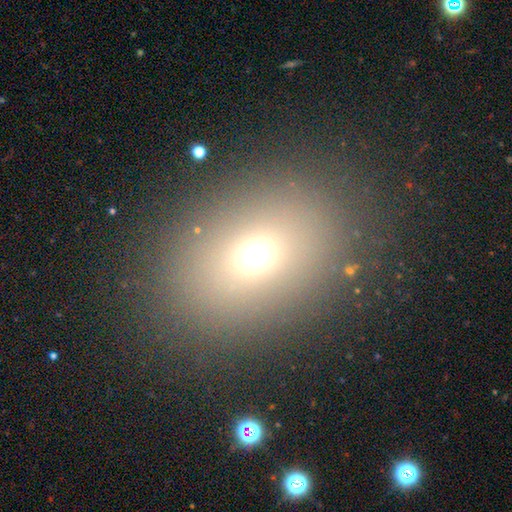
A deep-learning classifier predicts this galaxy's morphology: This appears to be a smooth galaxy with no disk features (68%) that is in between round and cigar-shaped (60%). Merging: none (85%).